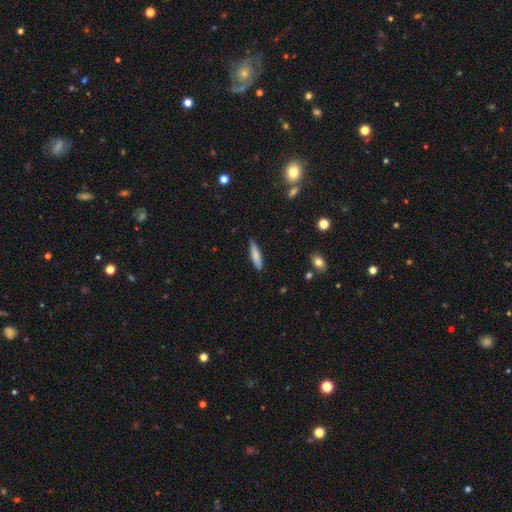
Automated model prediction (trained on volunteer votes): The model was most divided on "smooth or featured": smooth: 74%, featured or disk: 19%, star or artifact: 6%. More confident: merging — none (85%); how rounded — cigar-shaped (80%).